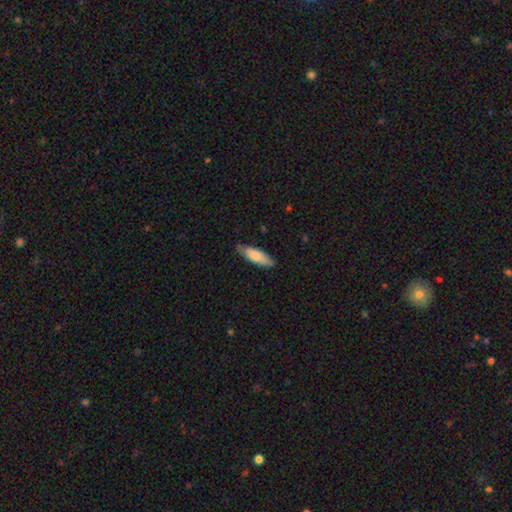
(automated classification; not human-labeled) This appears to be a smooth galaxy with no disk features (77%) that is in between round and cigar-shaped (55%). Merging: none (78%).